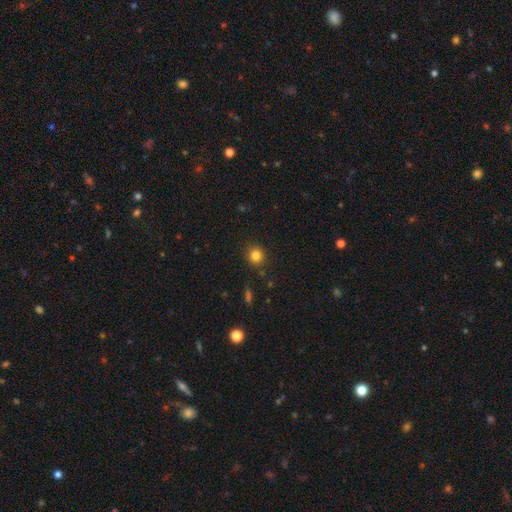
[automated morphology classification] type=smooth (82%); roundness=round (87%); merging=none (88%).